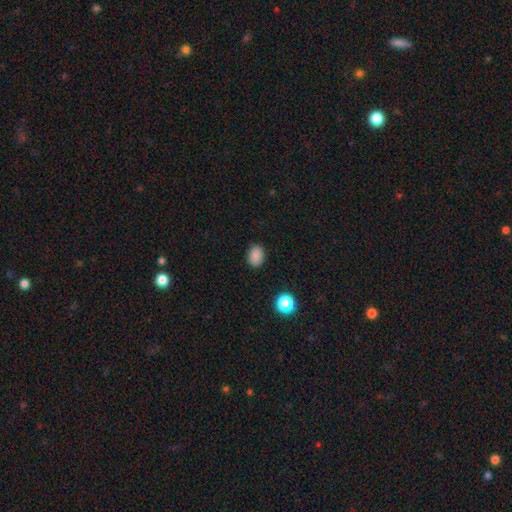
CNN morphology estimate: A smooth galaxy with no disk features (86%) that is in between round and cigar-shaped (69%). Merging: none (88%).